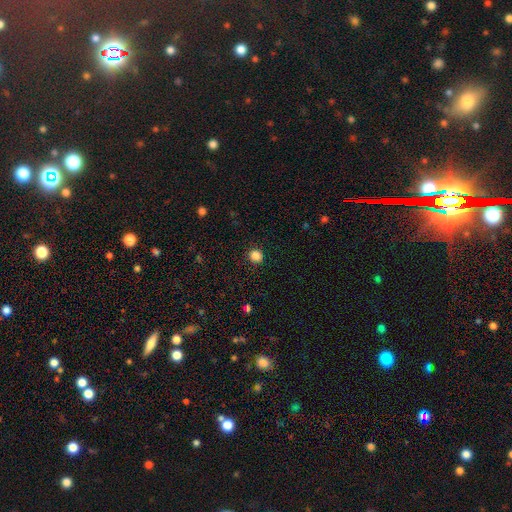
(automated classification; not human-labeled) This is clearly a smooth galaxy (86%). How rounded: clearly round (90%). Merging: clearly none (92%).